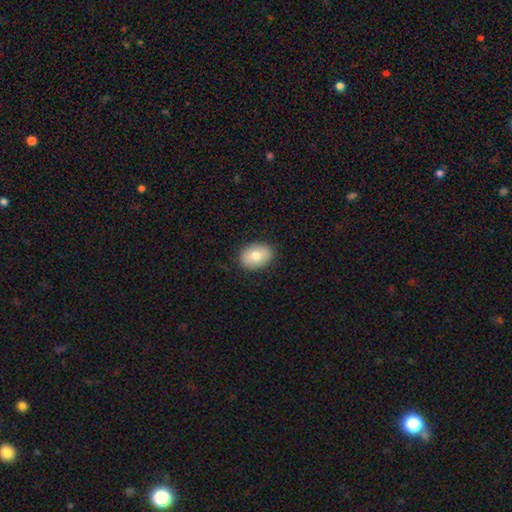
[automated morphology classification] Smooth or featured: smooth — 79% (featured or disk — 14%)
How rounded: in between — 72% (round — 27%)
Merging: none — 88% (minor disturbance — 9%)